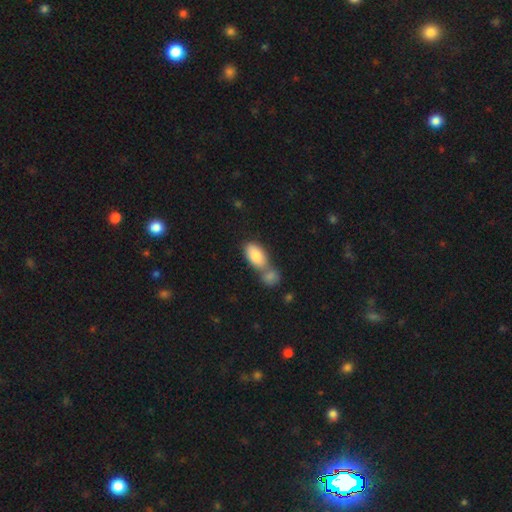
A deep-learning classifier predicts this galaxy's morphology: type=smooth (84%); roundness=in between (92%); merging=merger (54%).